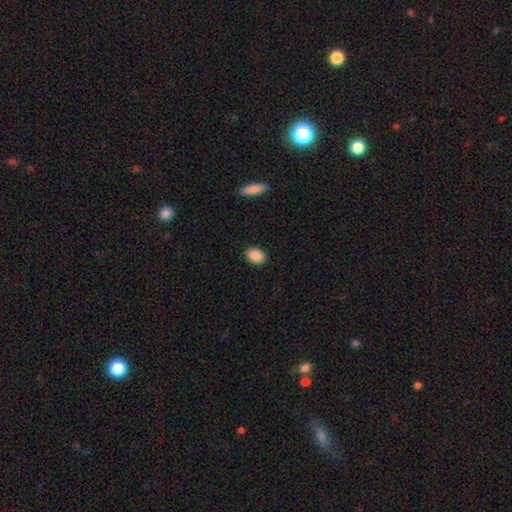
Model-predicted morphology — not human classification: The model was most divided on "how rounded": in between: 64%, round: 35%, cigar-shaped: 1%. More confident: merging — none (89%); smooth or featured — smooth (89%).